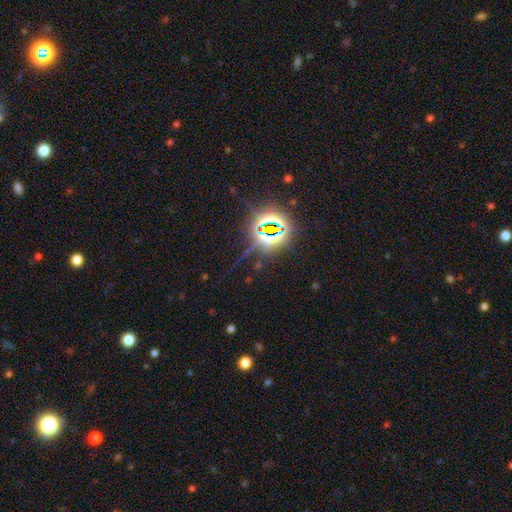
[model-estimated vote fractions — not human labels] Morphology: type=star or artifact (83%).